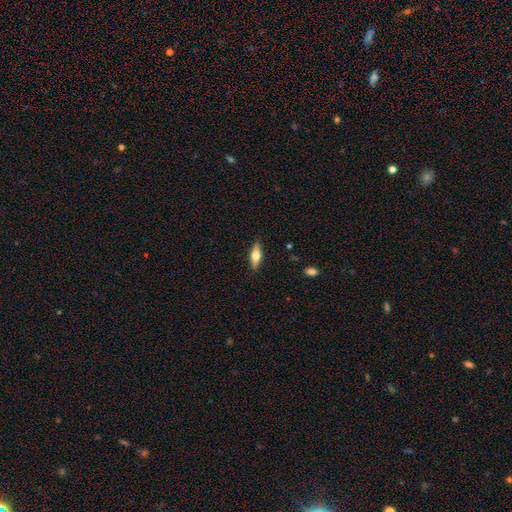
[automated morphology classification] Smooth or featured: smooth — 49% (featured or disk — 44%)
Merging: none — 87% (minor disturbance — 10%)